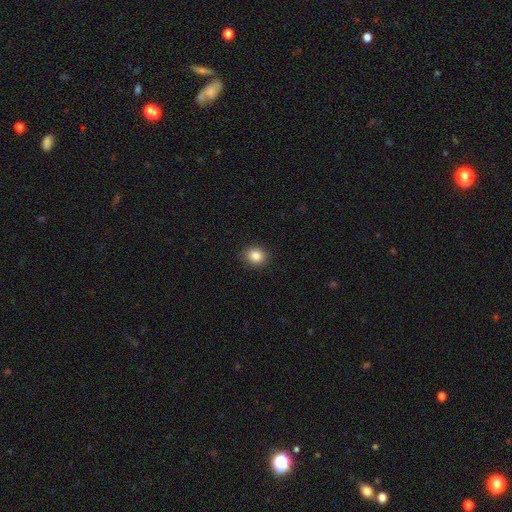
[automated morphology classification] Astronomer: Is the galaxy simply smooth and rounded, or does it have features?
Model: smooth — 85%.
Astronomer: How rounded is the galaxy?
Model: round — 77%.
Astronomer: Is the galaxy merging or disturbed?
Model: none — 91%.